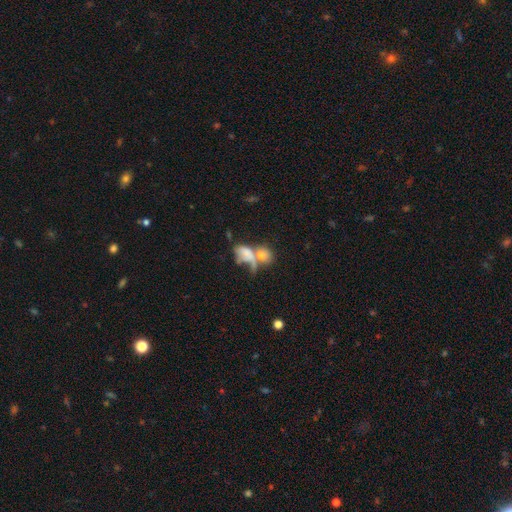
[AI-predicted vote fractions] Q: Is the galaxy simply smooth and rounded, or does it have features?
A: smooth — 58%.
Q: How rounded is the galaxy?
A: in between — 66%.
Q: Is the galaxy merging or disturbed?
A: merger — 57%.